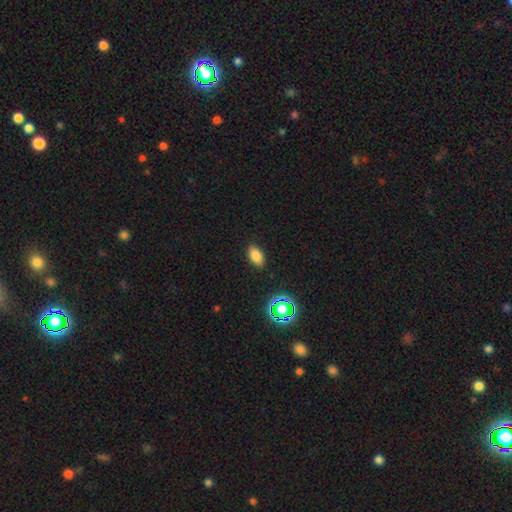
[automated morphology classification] A smooth galaxy with no disk features (80%) that is in between round and cigar-shaped (90%). Merging: none (88%).